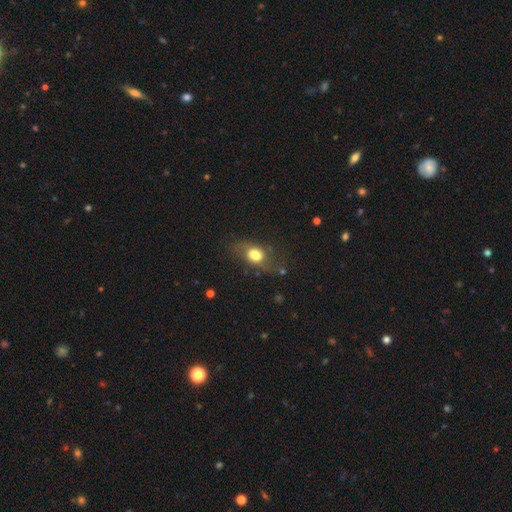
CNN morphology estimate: Overall: smooth (64%; featured or disk 25%). How rounded: in between (78%). Merging: none (59%; minor disturbance 24%).